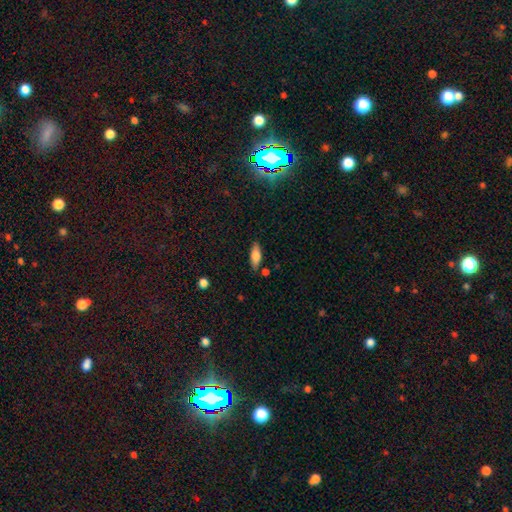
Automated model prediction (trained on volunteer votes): Smooth or featured: smooth — 74% (featured or disk — 19%)
How rounded: in between — 70% (cigar-shaped — 27%)
Merging: none — 81% (minor disturbance — 13%)